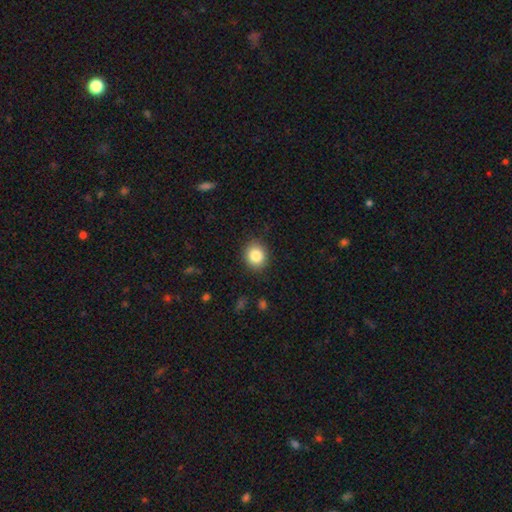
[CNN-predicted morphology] Overall: smooth (85%). How rounded: round (74%). Merging: none (89%).